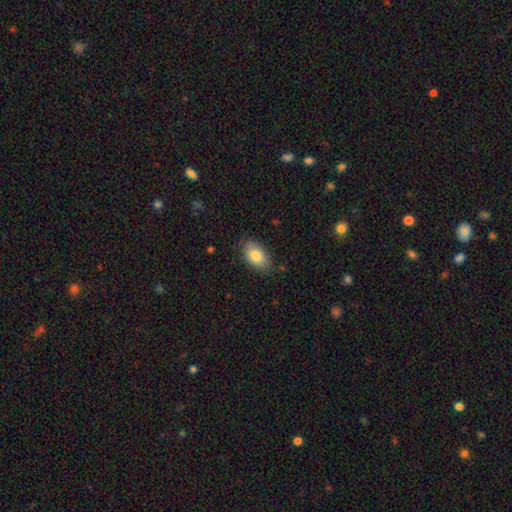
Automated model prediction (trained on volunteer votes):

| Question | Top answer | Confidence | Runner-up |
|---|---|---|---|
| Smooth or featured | smooth | 82% | featured or disk (11%) |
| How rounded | in between | 92% | round (6%) |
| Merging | none | 81% | minor disturbance (15%) |